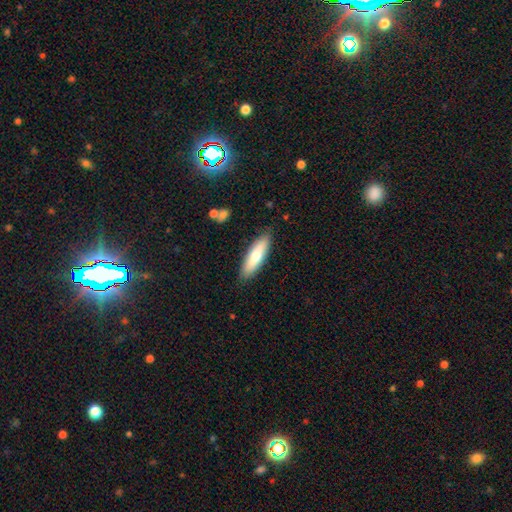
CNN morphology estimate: smooth_or_featured: smooth (p=0.68) [alt: featured or disk p=0.27]
how_rounded: cigar-shaped (p=0.58) [alt: in between p=0.41]
merging: none (p=0.86) [alt: minor disturbance p=0.10]